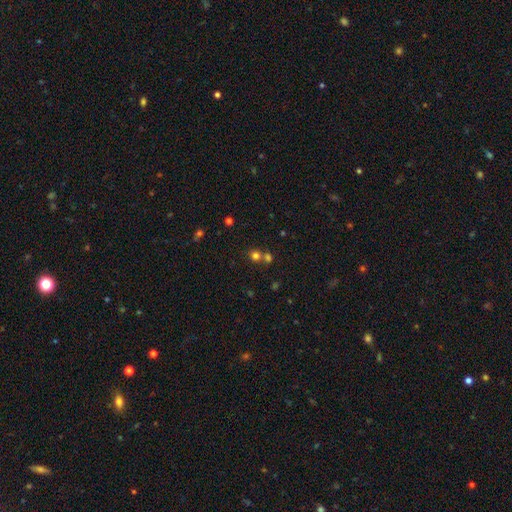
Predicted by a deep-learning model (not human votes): Smooth or featured: smooth — 72% (star or artifact — 20%)
How rounded: round — 86% (in between — 13%)
Merging: none — 54% (merger — 37%)